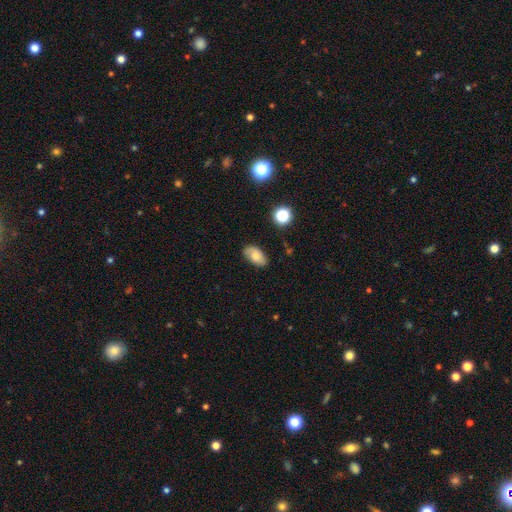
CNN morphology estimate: A smooth galaxy with no disk features (66%) that is in between round and cigar-shaped (92%).

Vote fractions:
- Smooth or featured? smooth: 66% / featured or disk: 24% / star or artifact: 9%
- How rounded? in between: 92% / round: 6% / cigar-shaped: 2%
- Merging? none: 75% / minor disturbance: 19% / major disturbance: 4% / merger: 2%